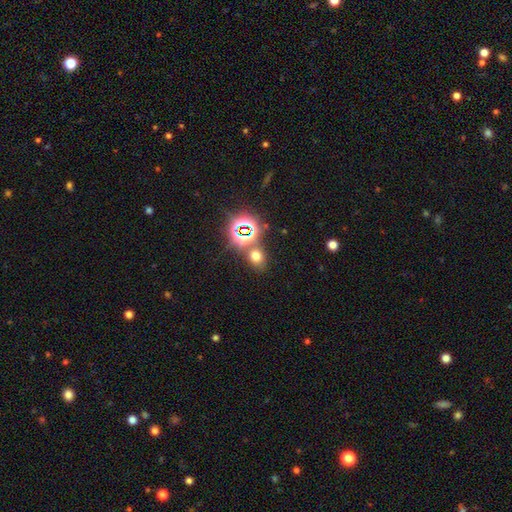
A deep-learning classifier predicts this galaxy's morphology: Q: Smooth or featured?
A: smooth (58%); runner-up: star or artifact (34%)
Q: How rounded?
A: in between (50%); runner-up: round (48%)
Q: Merging?
A: none (71%); runner-up: merger (15%)